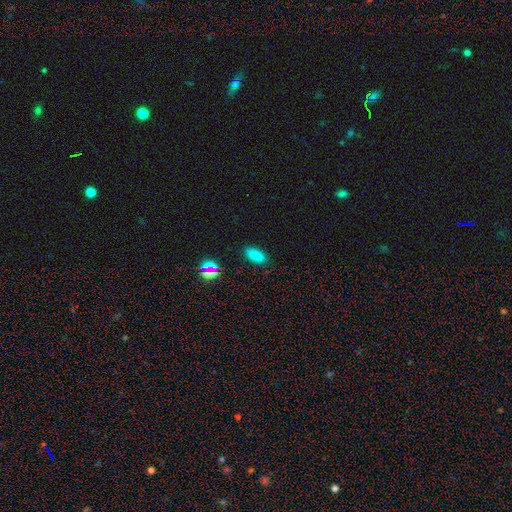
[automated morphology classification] A smooth galaxy with no disk features (80%) that is in between round and cigar-shaped (87%). Merging: none (86%).